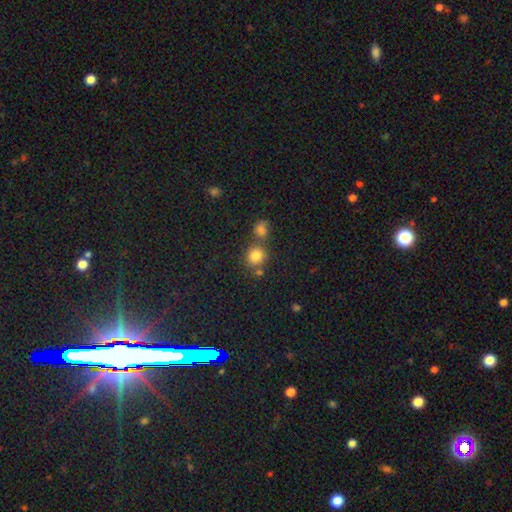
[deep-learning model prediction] Smooth or featured? smooth (81%)
How rounded? round (85%)
Merging? none (61%)